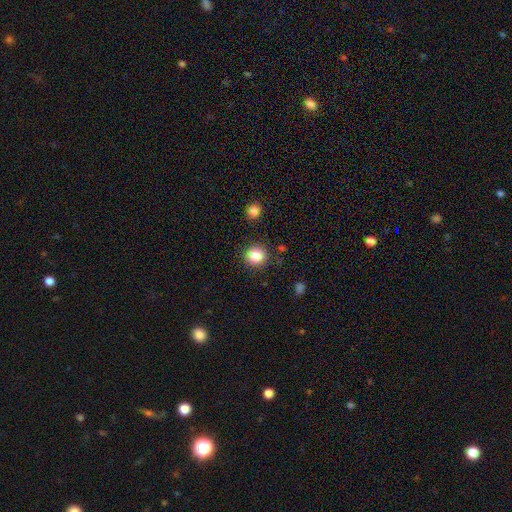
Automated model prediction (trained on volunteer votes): Morphology: type=smooth (85%); roundness=round (81%); merging=none (86%).